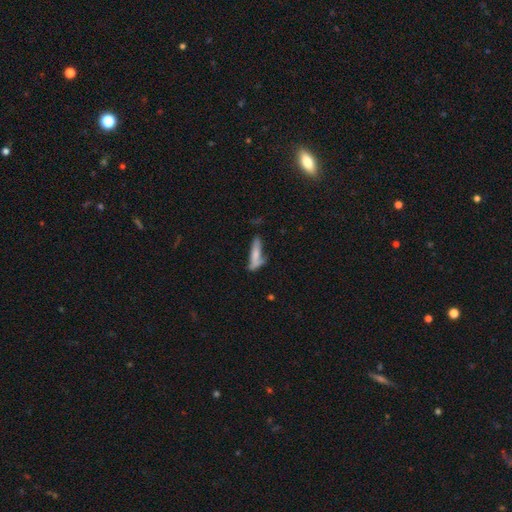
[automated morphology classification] This is likely a smooth galaxy (68%). How rounded: likely cigar-shaped (77%). Merging: possibly none (47%).